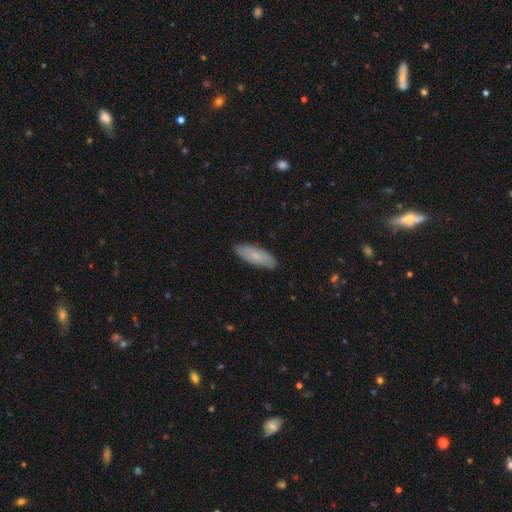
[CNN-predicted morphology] smooth 72%, featured or disk 22%, star or artifact 6%. Down the decision tree: how rounded — in between (66%); merging — none (87%).